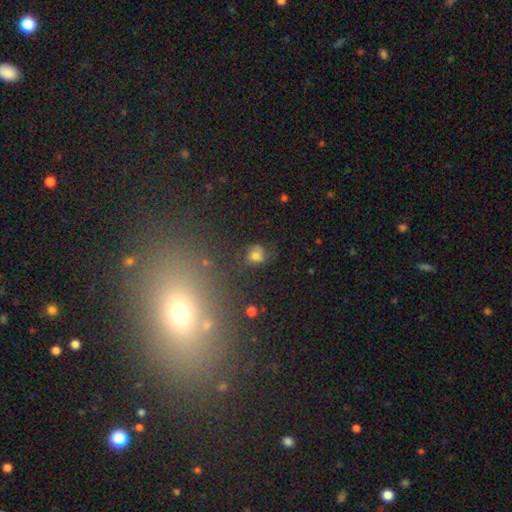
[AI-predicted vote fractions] Overall: smooth (58%; featured or disk 25%). How rounded: round (73%). Merging: none (59%; minor disturbance 21%).